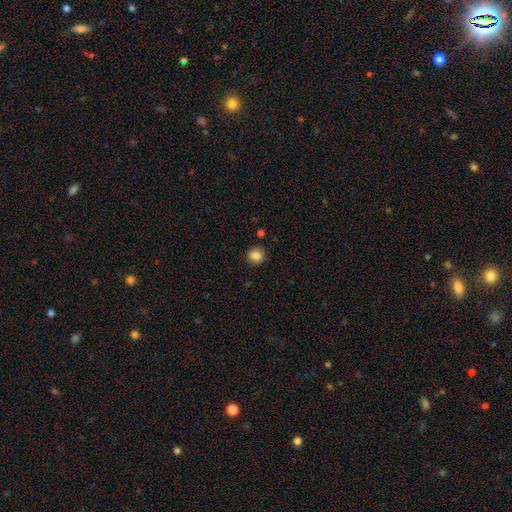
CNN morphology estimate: A smooth galaxy with no disk features (86%) that is round (81%).

Vote fractions:
- Smooth or featured? smooth: 86% / star or artifact: 10% / featured or disk: 4%
- How rounded? round: 81% / in between: 18% / cigar-shaped: 1%
- Merging? none: 88% / minor disturbance: 8% / major disturbance: 2% / merger: 2%